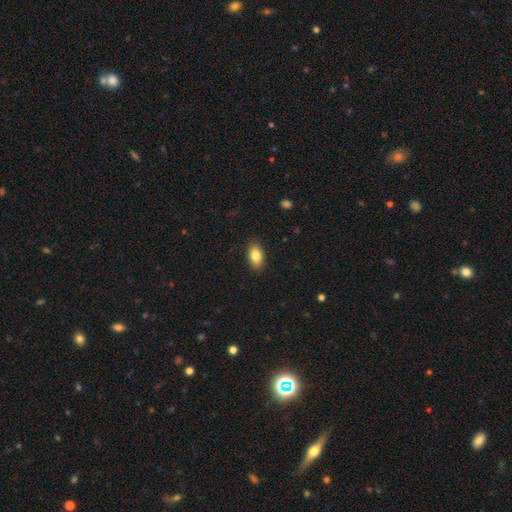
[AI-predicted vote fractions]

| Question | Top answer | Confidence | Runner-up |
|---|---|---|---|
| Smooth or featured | smooth | 84% | featured or disk (9%) |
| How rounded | in between | 91% | round (6%) |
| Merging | none | 88% | minor disturbance (9%) |